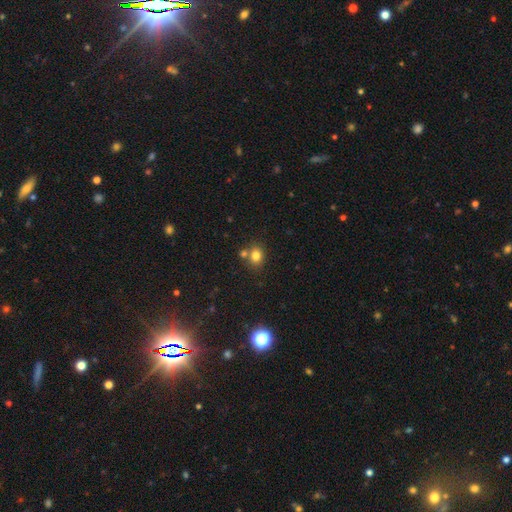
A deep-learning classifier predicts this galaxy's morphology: Q: Smooth or featured?
A: smooth (79%); runner-up: star or artifact (13%)
Q: How rounded?
A: round (58%); runner-up: in between (41%)
Q: Merging?
A: none (61%); runner-up: merger (25%)